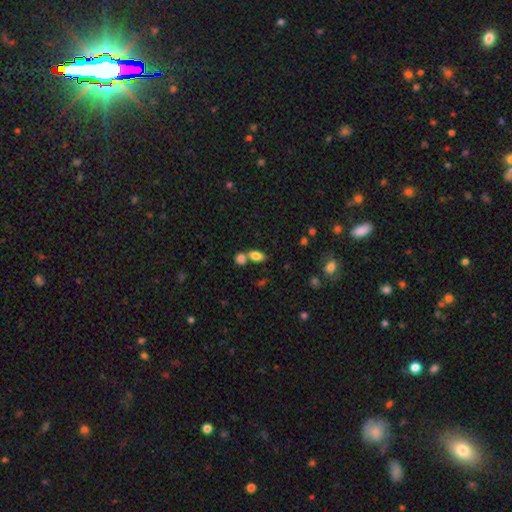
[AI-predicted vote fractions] Smooth or featured? smooth (81%)
How rounded? in between (86%)
Merging? none (44%)